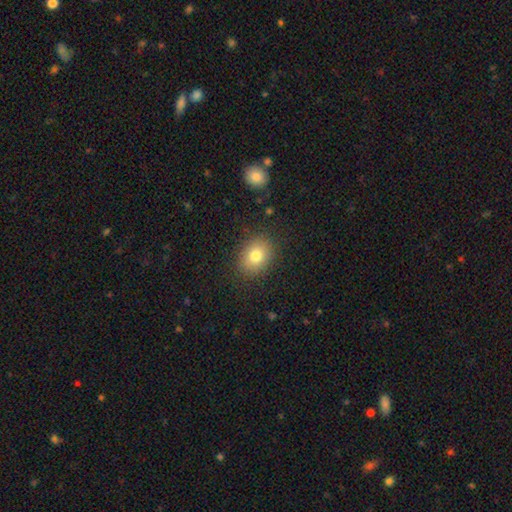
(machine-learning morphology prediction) Smooth or featured?
  - smooth: 79% *
  - star or artifact: 11%
  - featured or disk: 11%
How rounded?
  - in between: 56% *
  - round: 43%
  - cigar-shaped: 1%
Merging?
  - none: 86% *
  - minor disturbance: 10%
  - major disturbance: 3%
  - merger: 1%